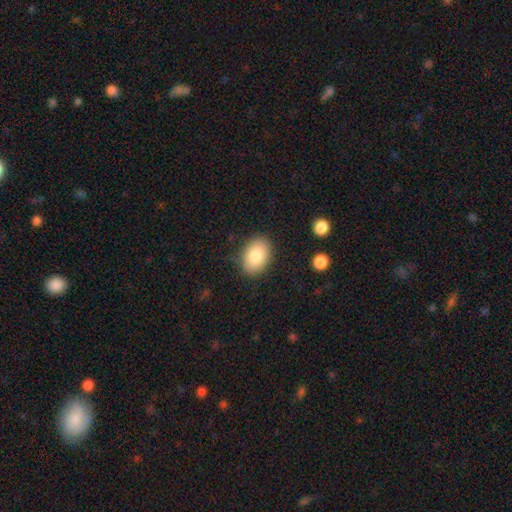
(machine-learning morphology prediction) Smooth or featured: smooth — 85% (featured or disk — 9%)
How rounded: in between — 85% (round — 14%)
Merging: none — 85% (minor disturbance — 11%)